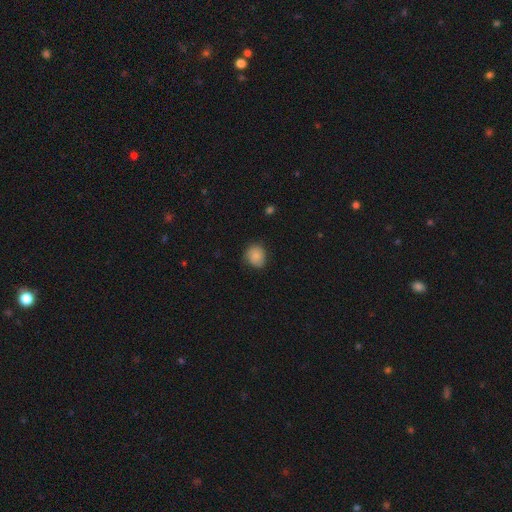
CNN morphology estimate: The model was most divided on "how rounded": round: 73%, in between: 26%, cigar-shaped: 1%. More confident: smooth or featured — smooth (80%); merging — none (74%).